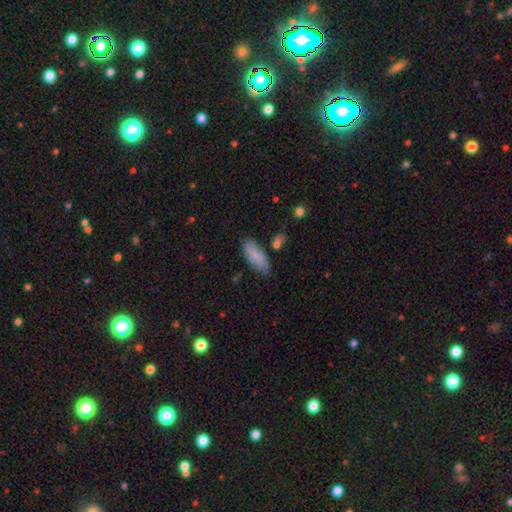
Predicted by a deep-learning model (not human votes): smooth-or-featured: smooth: 77% | featured or disk: 17% | star or artifact: 6%
  how-rounded: in between: 80% | cigar-shaped: 18% | round: 2%
  merging: none: 77% | minor disturbance: 16% | merger: 4% | major disturbance: 3%